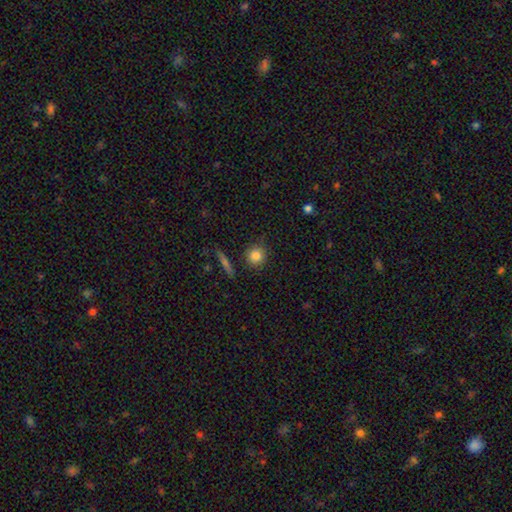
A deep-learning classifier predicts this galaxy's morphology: smooth_or_featured: smooth (p=0.82) [alt: star or artifact p=0.10]
how_rounded: round (p=0.90) [alt: in between p=0.08]
merging: none (p=0.85) [alt: minor disturbance p=0.10]